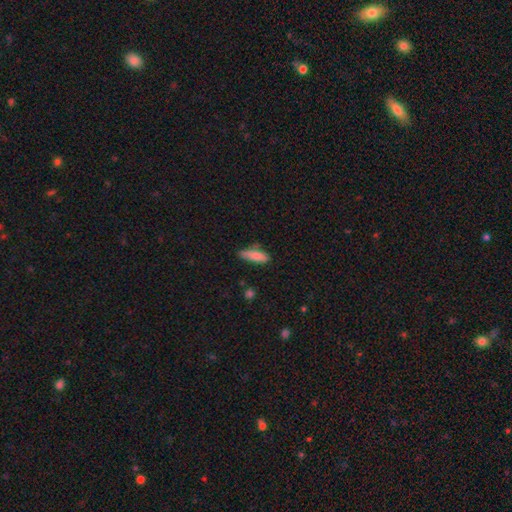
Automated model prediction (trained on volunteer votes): Overall: smooth (85%). How rounded: in between (54%; cigar-shaped 44%). Merging: none (66%).